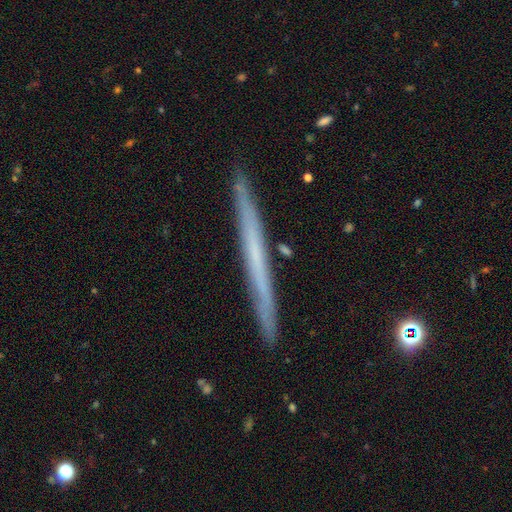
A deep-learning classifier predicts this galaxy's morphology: Smooth or featured? Predicted: featured or disk (p=0.53). Edge-on disk? Predicted: yes (p=0.96). Edge-on bulge? Predicted: none (p=0.92). Merging? Predicted: none (p=0.91).